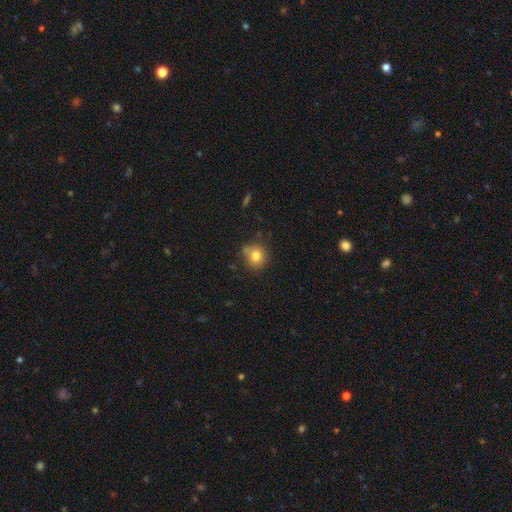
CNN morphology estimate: This is likely a smooth galaxy (80%). How rounded: clearly round (85%). Merging: likely none (68%).